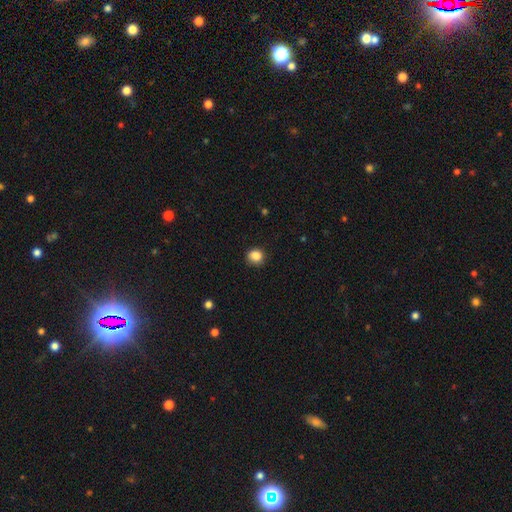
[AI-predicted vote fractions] This is clearly a smooth galaxy (86%). How rounded: likely round (79%). Merging: clearly none (85%).